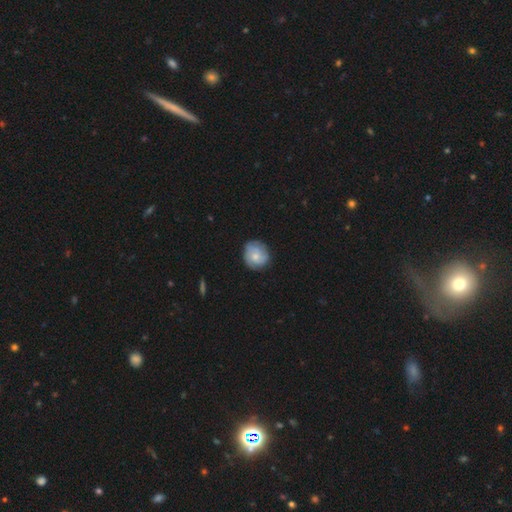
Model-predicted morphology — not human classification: Smooth or featured? Predicted: smooth (p=0.52). How rounded? Predicted: round (p=0.84). Merging? Predicted: none (p=0.76).